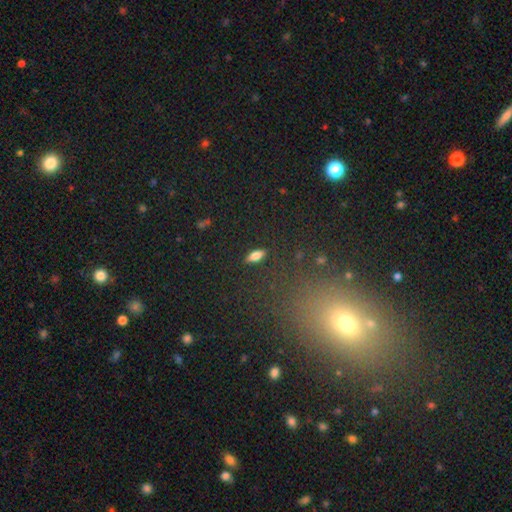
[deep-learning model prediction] The model was most divided on "how rounded": in between: 79%, cigar-shaped: 18%, round: 4%. More confident: merging — none (88%); smooth or featured — smooth (76%).